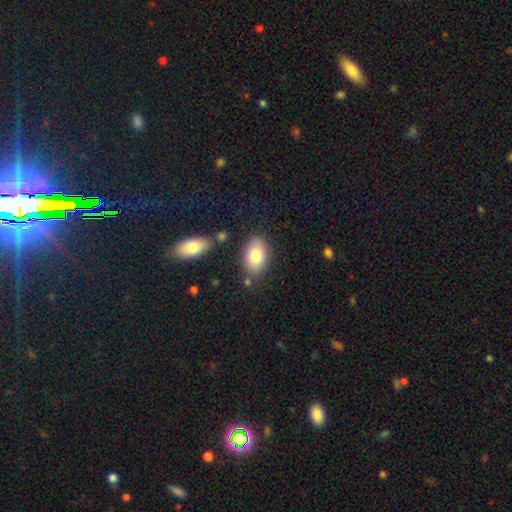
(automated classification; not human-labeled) smooth_or_featured: smooth (p=0.81) [alt: featured or disk p=0.12]
how_rounded: in between (p=0.89) [alt: round p=0.09]
merging: none (p=0.79) [alt: minor disturbance p=0.12]